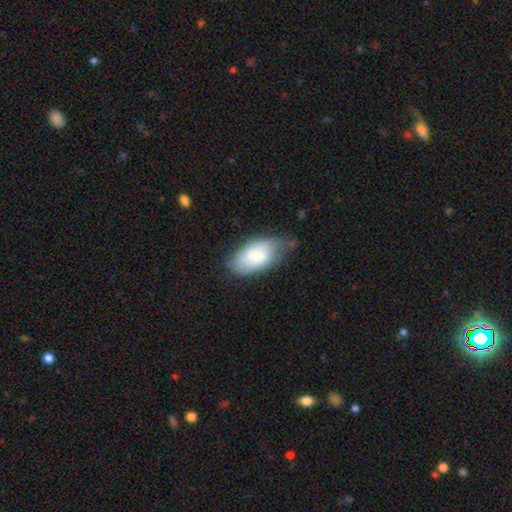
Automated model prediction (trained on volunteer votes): Smooth or featured?
  - smooth: 71% *
  - featured or disk: 23%
  - star or artifact: 6%
How rounded?
  - in between: 94% *
  - round: 3%
  - cigar-shaped: 3%
Merging?
  - none: 58% *
  - minor disturbance: 32%
  - major disturbance: 8%
  - merger: 3%